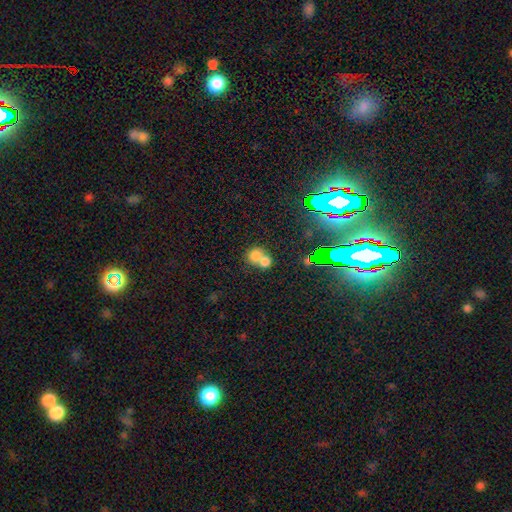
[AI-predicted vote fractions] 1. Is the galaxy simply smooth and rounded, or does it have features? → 74% smooth, 14% star or artifact, 13% featured or disk.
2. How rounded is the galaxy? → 77% round, 22% in between, 1% cigar-shaped.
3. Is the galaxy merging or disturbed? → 63% merger, 29% none, 5% minor disturbance, 3% major disturbance.